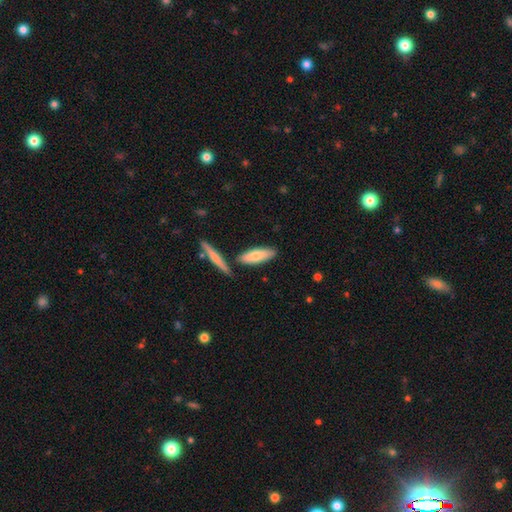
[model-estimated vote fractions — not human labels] Smooth or featured: smooth — 75% (featured or disk — 20%)
How rounded: in between — 55% (cigar-shaped — 43%)
Merging: none — 74% (minor disturbance — 12%)